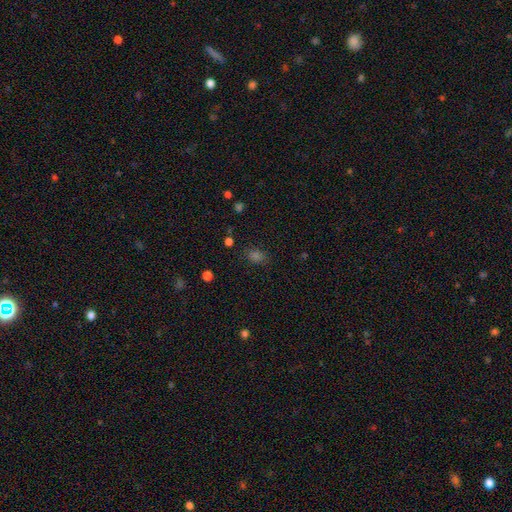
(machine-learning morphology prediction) type=smooth (66%); roundness=in between (67%); merging=none (82%).